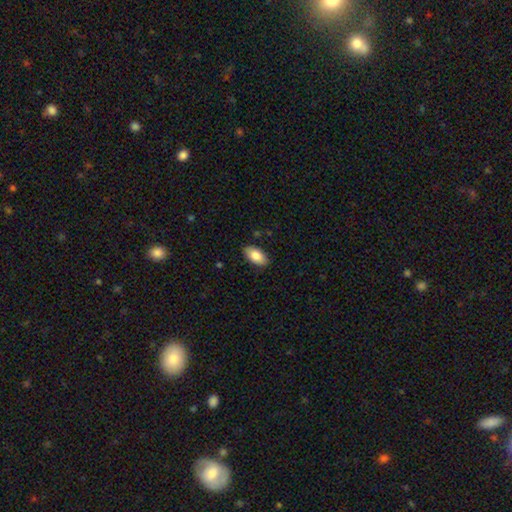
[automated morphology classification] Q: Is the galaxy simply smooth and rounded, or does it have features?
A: smooth — 83%.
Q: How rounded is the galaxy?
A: in between — 94%.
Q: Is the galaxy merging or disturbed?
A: none — 88%.